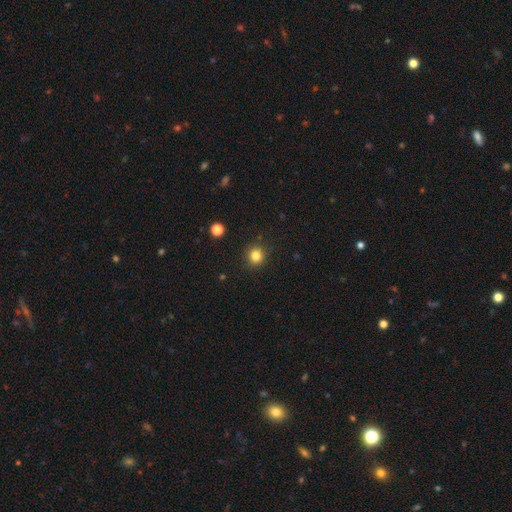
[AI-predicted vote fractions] A smooth galaxy with no disk features (83%) that is round (91%).

Vote fractions:
- Smooth or featured? smooth: 83% / star or artifact: 12% / featured or disk: 5%
- How rounded? round: 91% / in between: 8% / cigar-shaped: 1%
- Merging? none: 91% / minor disturbance: 6% / major disturbance: 2% / merger: 1%